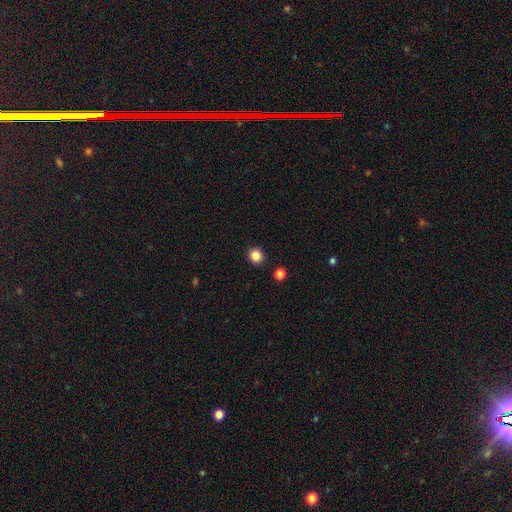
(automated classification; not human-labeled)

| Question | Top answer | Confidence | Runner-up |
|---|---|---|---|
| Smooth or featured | smooth | 86% | star or artifact (11%) |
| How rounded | round | 90% | in between (9%) |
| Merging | none | 91% | minor disturbance (5%) |